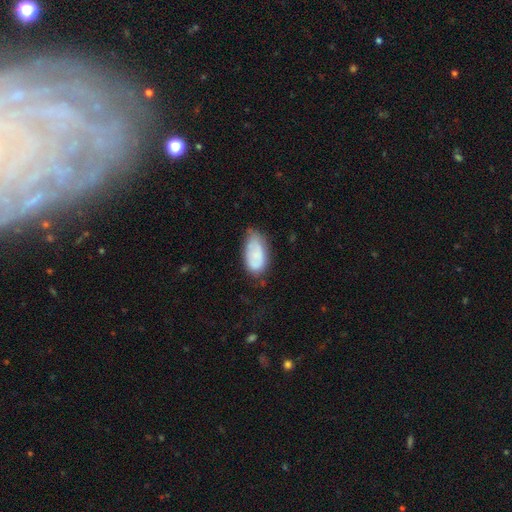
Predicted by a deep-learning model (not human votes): This appears to be a smooth galaxy with no disk features (73%) that is in between round and cigar-shaped (94%). Merging: none (50%).